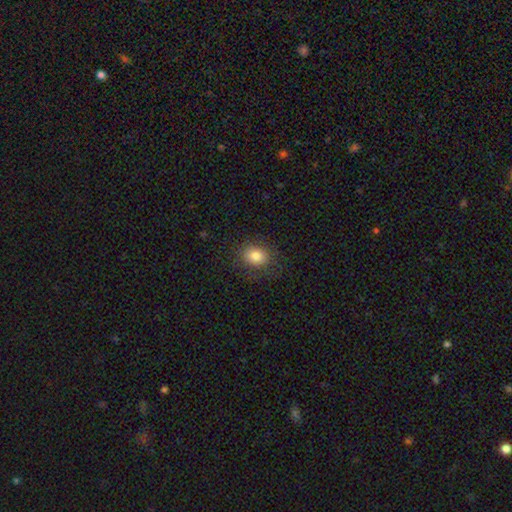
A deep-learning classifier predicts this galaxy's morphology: This appears to be a smooth galaxy with no disk features (82%) that is round (52%). Merging: none (80%).